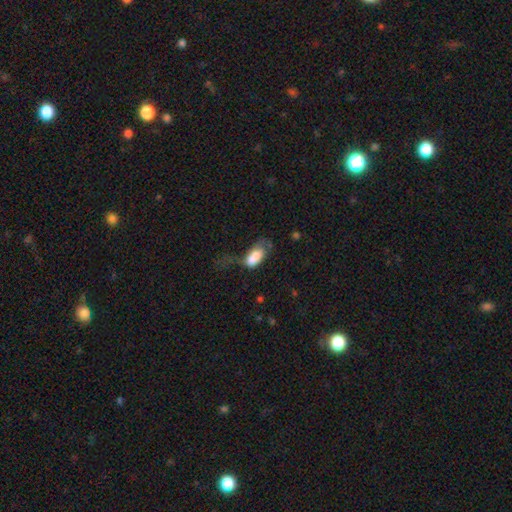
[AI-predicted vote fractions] This appears to be a smooth galaxy with no disk features (73%) that is in between round and cigar-shaped (89%). Merging: major disturbance (44%).